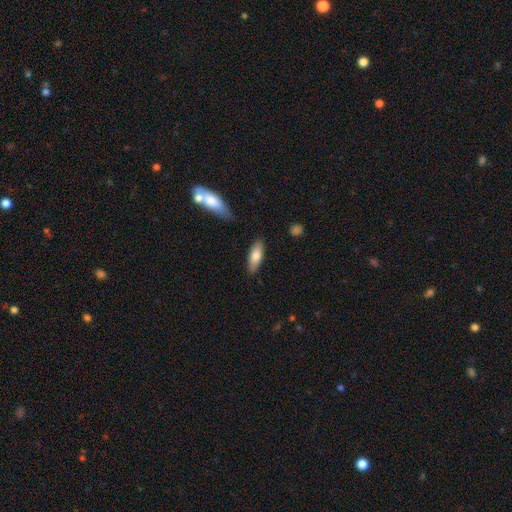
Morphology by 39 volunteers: Volunteers were most divided on "how rounded": in between: 50%, cigar-shaped: 47%, round: 3%. More confident: smooth or featured — smooth (82%); merging — none (79%).